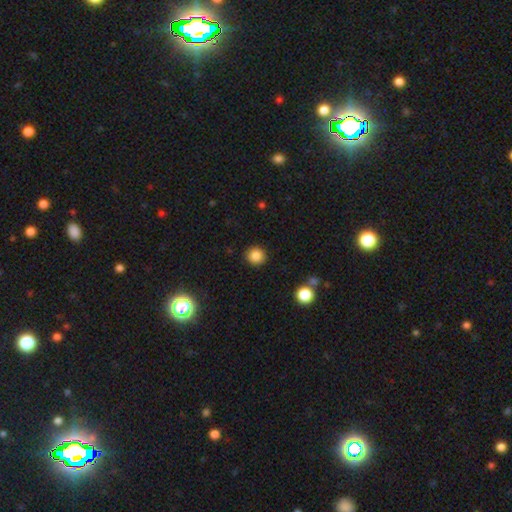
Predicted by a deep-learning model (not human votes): This appears to be a smooth galaxy with no disk features (85%) that is round (92%). Merging: none (90%).